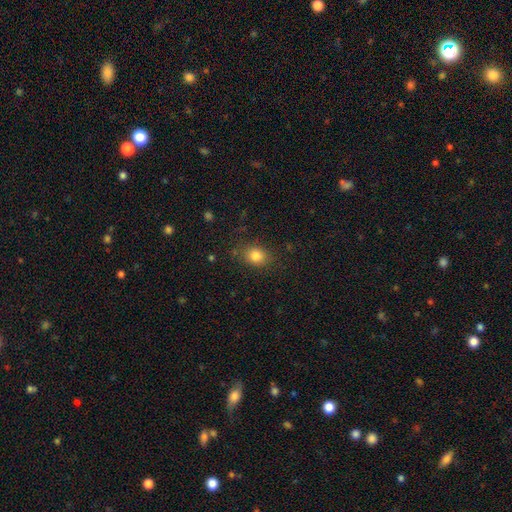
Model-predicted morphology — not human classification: Smooth or featured?
  - smooth: 83% *
  - star or artifact: 11%
  - featured or disk: 6%
How rounded?
  - round: 50% *
  - in between: 49%
  - cigar-shaped: 1%
Merging?
  - none: 81% *
  - minor disturbance: 13%
  - major disturbance: 5%
  - merger: 2%